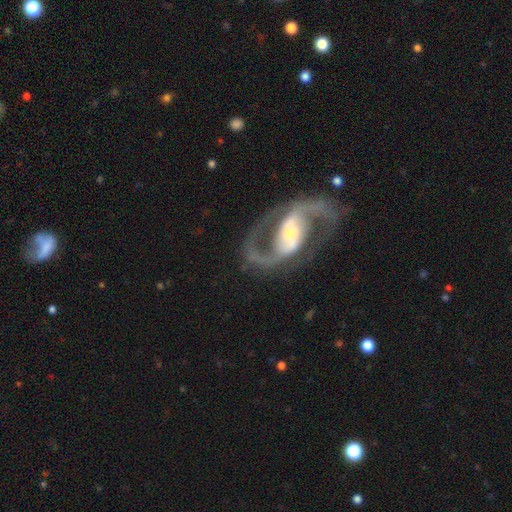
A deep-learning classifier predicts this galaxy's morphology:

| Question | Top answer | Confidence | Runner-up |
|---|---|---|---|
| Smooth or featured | featured or disk | 91% | star or artifact (4%) |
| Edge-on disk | no | 97% | yes (3%) |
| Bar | strong | 45% | weak (34%) |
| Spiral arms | yes | 96% | no (4%) |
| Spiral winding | medium | 56% | loose (32%) |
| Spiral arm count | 2 | 94% | can't tell (2%) |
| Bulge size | small | 43% | moderate (41%) |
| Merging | none | 76% | minor disturbance (11%) |